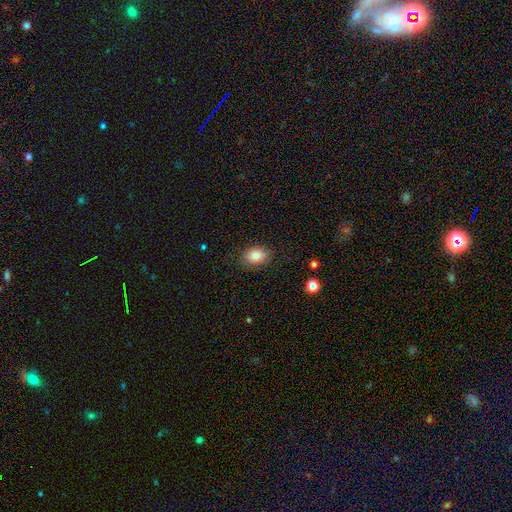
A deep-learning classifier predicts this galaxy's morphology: This is clearly a smooth galaxy (84%). How rounded: likely in between (78%). Merging: clearly none (85%).